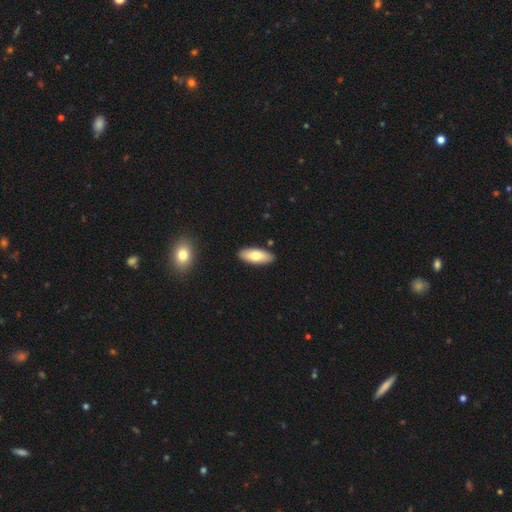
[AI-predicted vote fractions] Smooth or featured?
  - smooth: 73% *
  - featured or disk: 21%
  - star or artifact: 6%
How rounded?
  - in between: 80% *
  - cigar-shaped: 18%
  - round: 2%
Merging?
  - none: 88% *
  - minor disturbance: 8%
  - merger: 2%
  - major disturbance: 2%